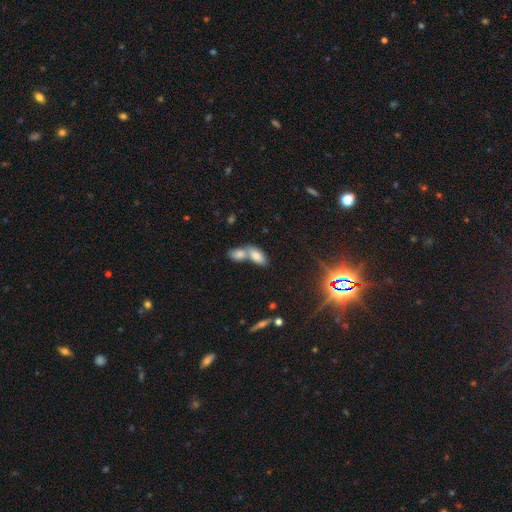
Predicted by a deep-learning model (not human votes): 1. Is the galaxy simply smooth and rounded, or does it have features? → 78% smooth, 13% featured or disk, 10% star or artifact.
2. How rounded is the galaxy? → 89% in between, 6% cigar-shaped, 5% round.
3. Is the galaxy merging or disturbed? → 60% merger, 30% none, 7% minor disturbance, 3% major disturbance.